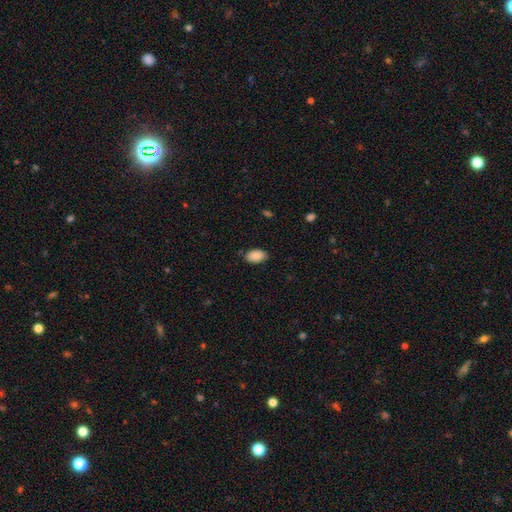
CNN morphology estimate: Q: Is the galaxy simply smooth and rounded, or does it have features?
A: smooth — 89%.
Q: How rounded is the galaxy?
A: in between — 93%.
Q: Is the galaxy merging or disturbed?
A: none — 84%.